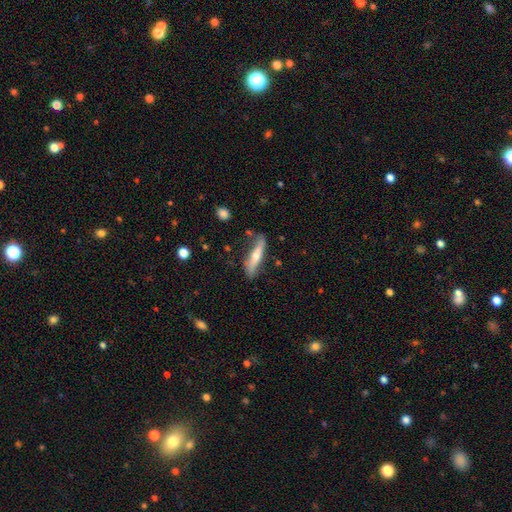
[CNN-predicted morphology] Q: Smooth or featured?
A: featured or disk (51%); runner-up: smooth (43%)
Q: Edge-on disk?
A: yes (79%); runner-up: no (21%)
Q: Merging?
A: none (72%); runner-up: minor disturbance (20%)